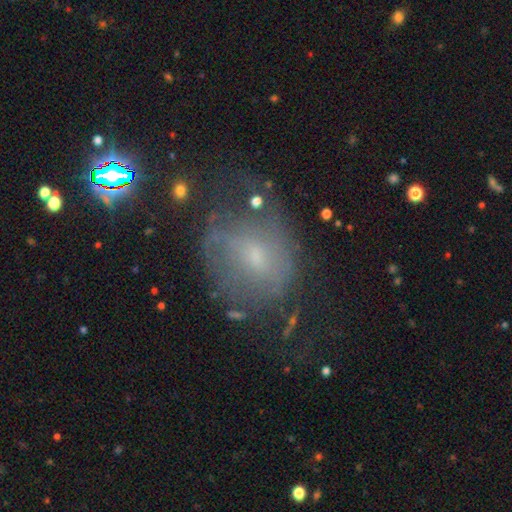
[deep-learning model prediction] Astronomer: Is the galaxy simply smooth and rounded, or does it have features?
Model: featured or disk — 47% (runner-up: smooth, 36%).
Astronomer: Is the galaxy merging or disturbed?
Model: none — 49%.